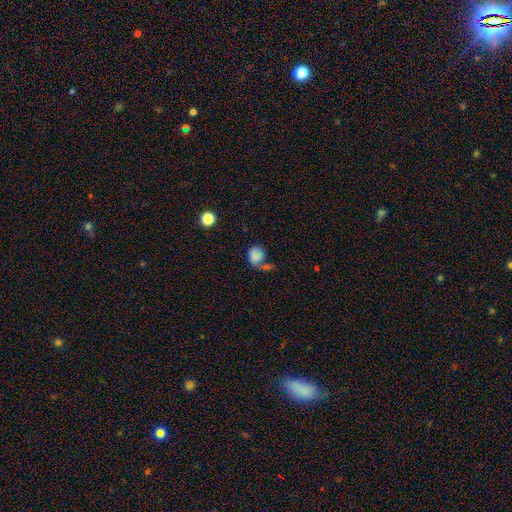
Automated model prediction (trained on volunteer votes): Smooth or featured? smooth (78%)
How rounded? round (54%)
Merging? none (32%)